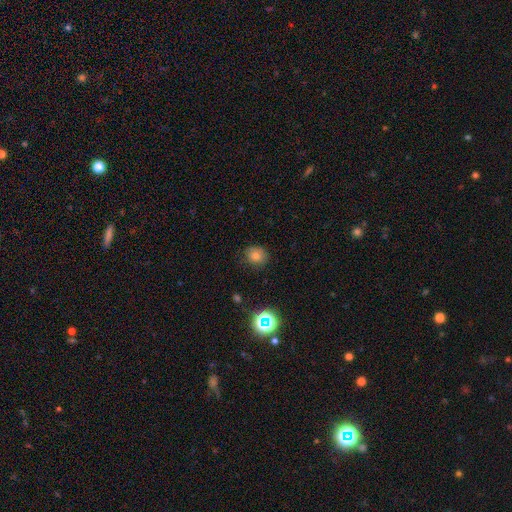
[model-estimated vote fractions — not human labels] The model was most divided on "how rounded": round: 77%, in between: 22%, cigar-shaped: 1%. More confident: merging — none (81%); smooth or featured — smooth (75%).